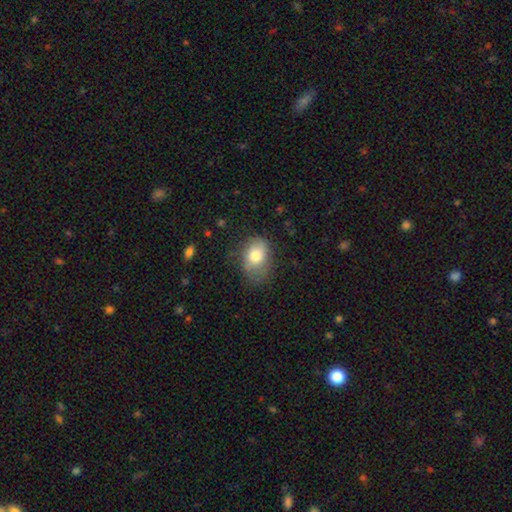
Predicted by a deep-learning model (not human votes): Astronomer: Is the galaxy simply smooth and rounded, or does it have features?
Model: smooth — 75%.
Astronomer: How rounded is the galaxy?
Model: in between — 72%.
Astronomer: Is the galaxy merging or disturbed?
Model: none — 53% (runner-up: minor disturbance, 30%).